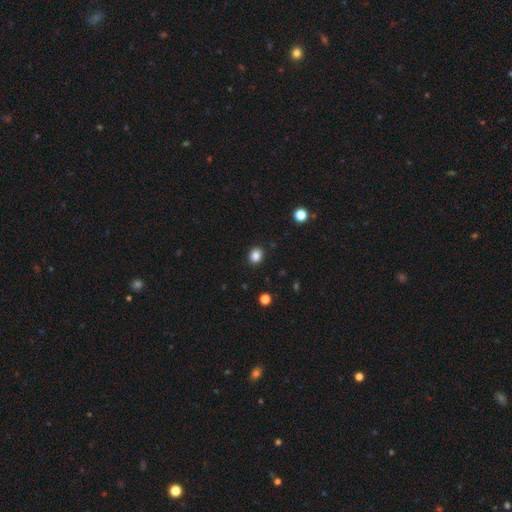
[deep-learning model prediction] Smooth or featured?
  - smooth: 85% *
  - star or artifact: 11%
  - featured or disk: 4%
How rounded?
  - round: 66% *
  - in between: 33%
  - cigar-shaped: 1%
Merging?
  - none: 90% *
  - minor disturbance: 7%
  - major disturbance: 2%
  - merger: 1%